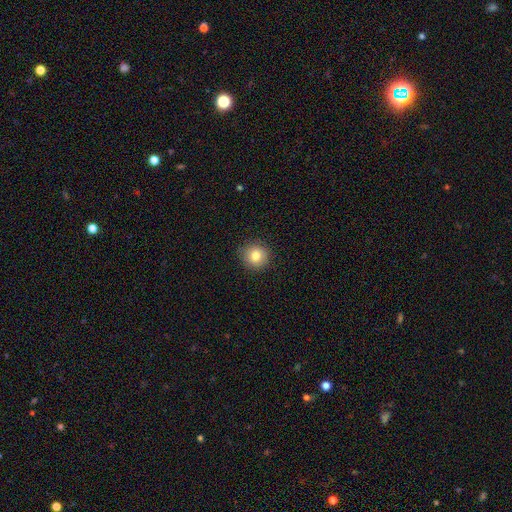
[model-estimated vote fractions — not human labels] Smooth or featured? smooth (81%)
How rounded? round (92%)
Merging? none (89%)